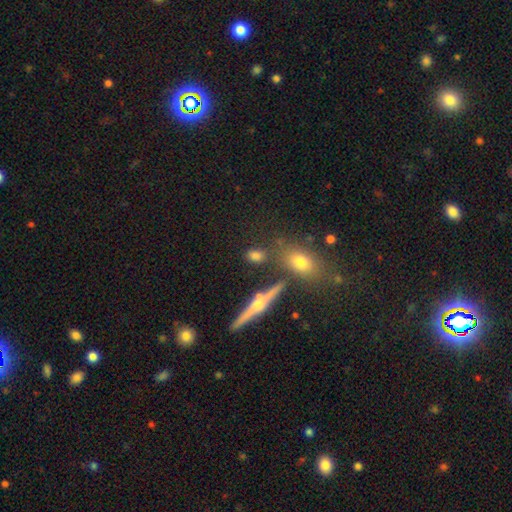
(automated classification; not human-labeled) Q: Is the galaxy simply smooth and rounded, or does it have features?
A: smooth — 68%.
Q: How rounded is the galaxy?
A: in between — 63%.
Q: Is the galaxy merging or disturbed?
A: none — 74%.